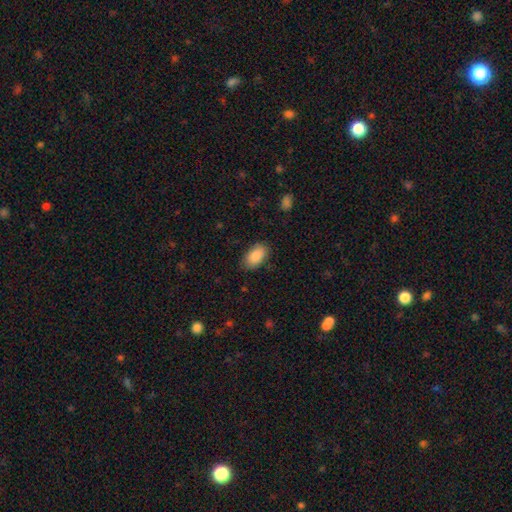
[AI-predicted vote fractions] Smooth or featured? smooth (89%)
How rounded? in between (94%)
Merging? none (84%)